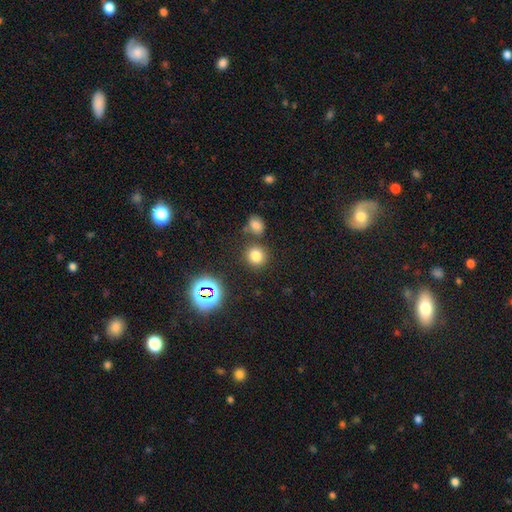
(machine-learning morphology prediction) Smooth or featured: smooth — 76% (star or artifact — 18%)
How rounded: round — 87% (in between — 12%)
Merging: none — 78% (merger — 10%)